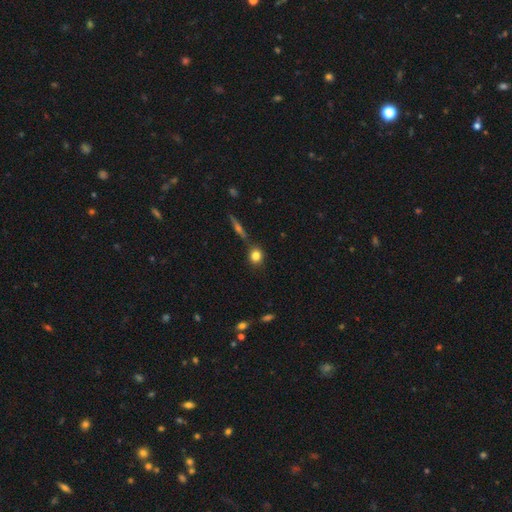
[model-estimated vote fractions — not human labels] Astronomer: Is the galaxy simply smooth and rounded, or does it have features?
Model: smooth — 81%.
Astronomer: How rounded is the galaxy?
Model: round — 79%.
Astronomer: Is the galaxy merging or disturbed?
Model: none — 73%.